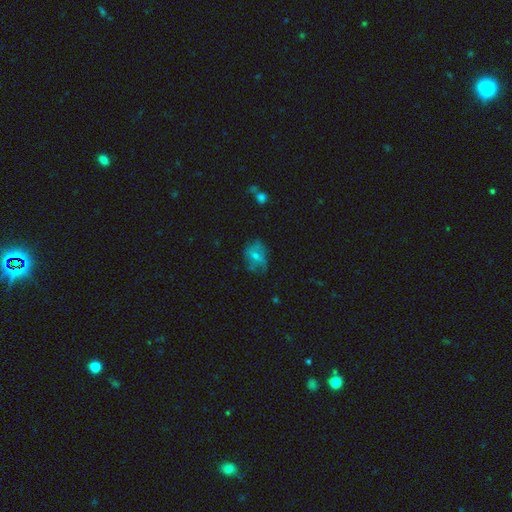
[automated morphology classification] A smooth galaxy with no disk features (44%). Merging: none (55%).